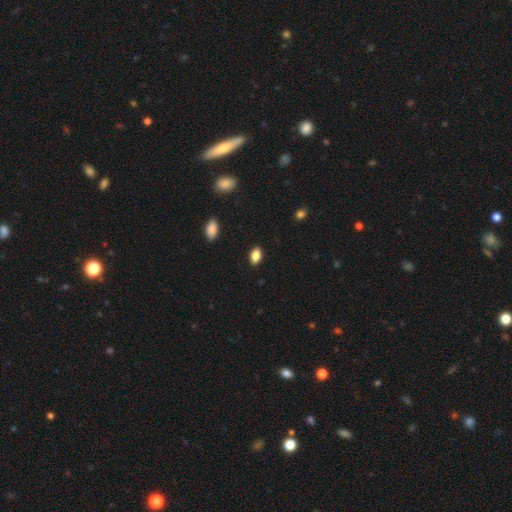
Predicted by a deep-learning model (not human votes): A smooth galaxy with no disk features (85%) that is in between round and cigar-shaped (90%). Merging: none (88%).